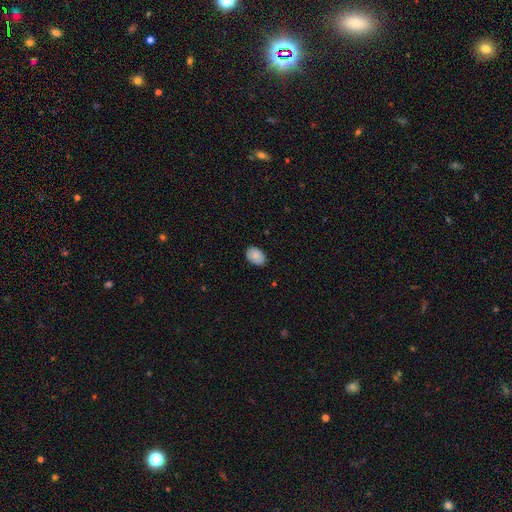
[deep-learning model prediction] Smooth or featured? Predicted: smooth (p=0.86). How rounded? Predicted: in between (p=0.81). Merging? Predicted: none (p=0.85).